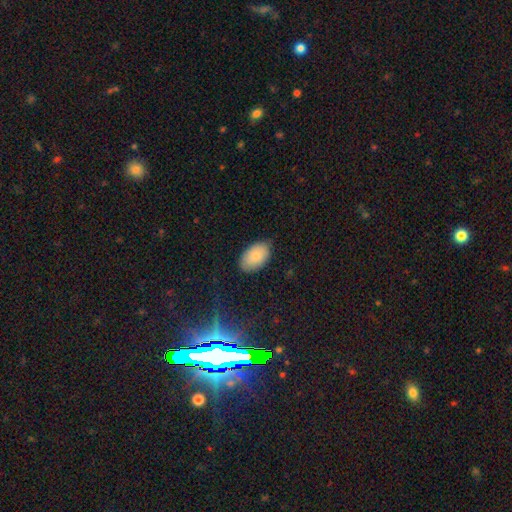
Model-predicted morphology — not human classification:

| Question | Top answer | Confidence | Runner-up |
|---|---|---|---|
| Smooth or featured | smooth | 86% | featured or disk (7%) |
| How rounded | in between | 94% | round (5%) |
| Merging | none | 82% | minor disturbance (14%) |